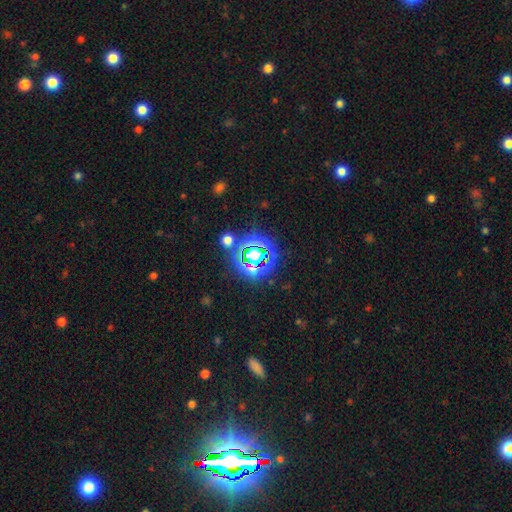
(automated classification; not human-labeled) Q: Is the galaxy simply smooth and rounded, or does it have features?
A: star or artifact — 67%.